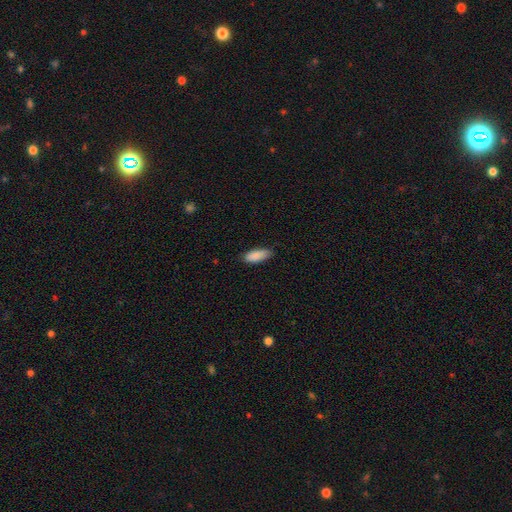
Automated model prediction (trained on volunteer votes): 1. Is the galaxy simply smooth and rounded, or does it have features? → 89% smooth, 6% star or artifact, 5% featured or disk.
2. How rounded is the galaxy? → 76% in between, 22% cigar-shaped, 2% round.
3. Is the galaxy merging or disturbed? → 80% none, 17% minor disturbance, 2% major disturbance, 1% merger.